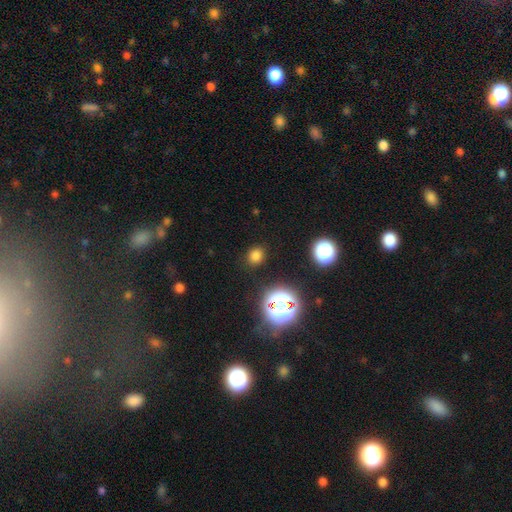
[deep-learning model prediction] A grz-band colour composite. It shows a smooth galaxy with no disk features (74%) that is round (75%). Merging: none (88%).